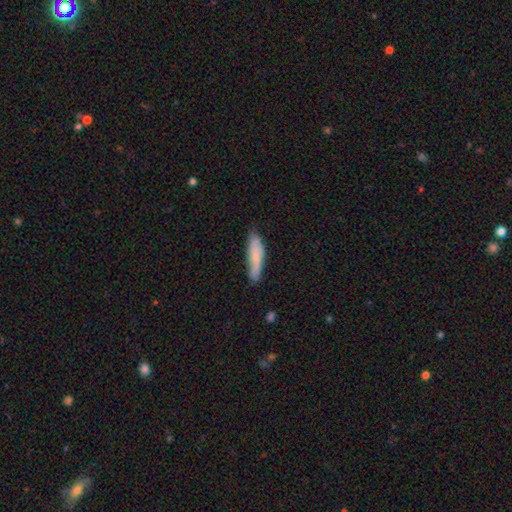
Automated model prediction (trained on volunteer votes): This appears to be a smooth galaxy with no disk features (74%) that is cigar-shaped (74%). Merging: none (70%).